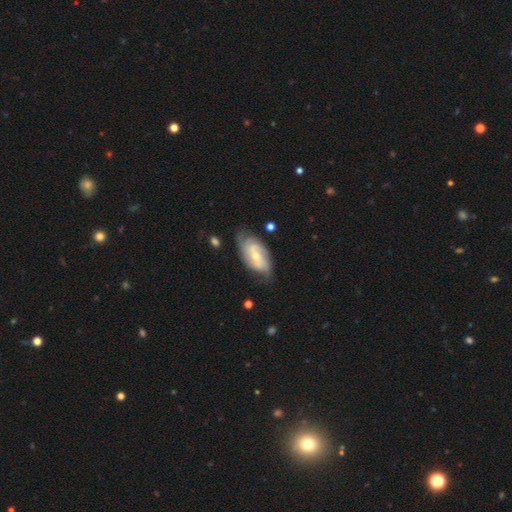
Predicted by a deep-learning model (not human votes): Smooth or featured? featured or disk (74%)
Edge-on disk? no (95%)
Bar? weak (45%)
Spiral arms? yes (91%)
Spiral winding? tight (44%)
Spiral arm count? 2 (38%)
Bulge size? small (56%)
Merging? none (66%)